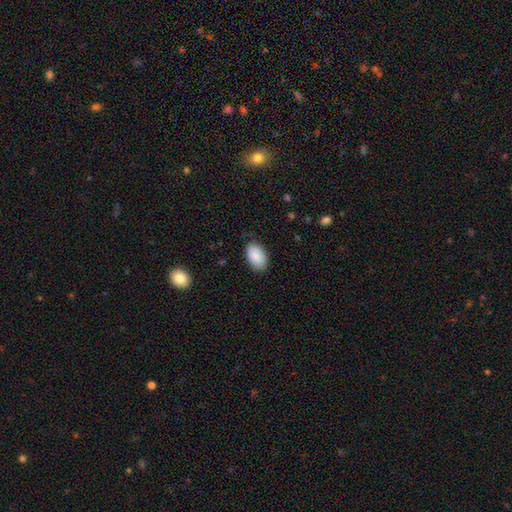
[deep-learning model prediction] Morphology: type=smooth (89%); roundness=in between (92%); merging=none (84%).